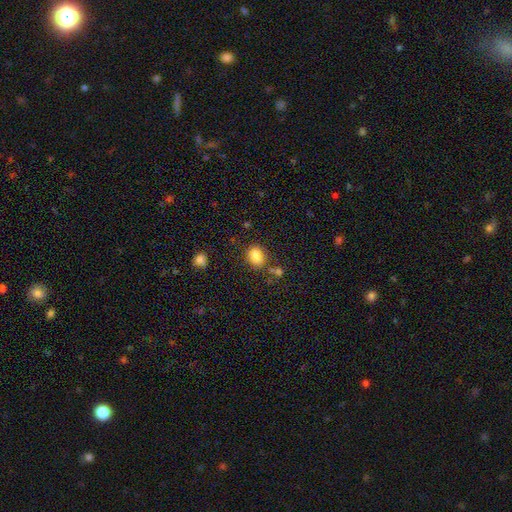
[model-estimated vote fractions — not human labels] smooth 84%, star or artifact 10%, featured or disk 6%. Down the decision tree: how rounded — in between (56%); merging — none (74%).